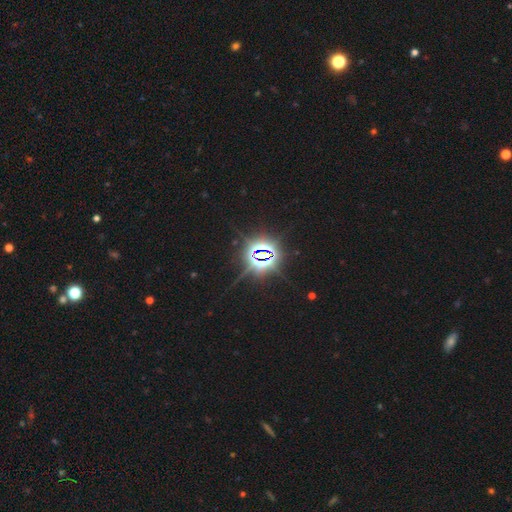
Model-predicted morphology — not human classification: A star or artifact, not a galaxy (84%).